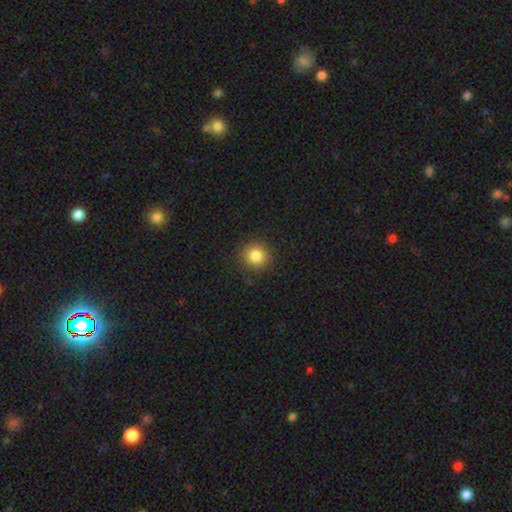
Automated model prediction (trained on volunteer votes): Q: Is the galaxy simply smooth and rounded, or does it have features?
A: smooth — 84%.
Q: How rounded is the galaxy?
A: round — 92%.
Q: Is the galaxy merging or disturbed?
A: none — 90%.